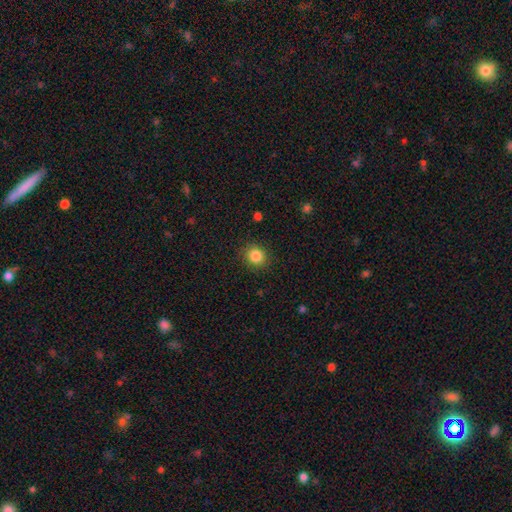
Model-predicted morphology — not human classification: The model was most divided on "how rounded": round: 83%, in between: 16%, cigar-shaped: 1%. More confident: merging — none (88%); smooth or featured — smooth (85%).